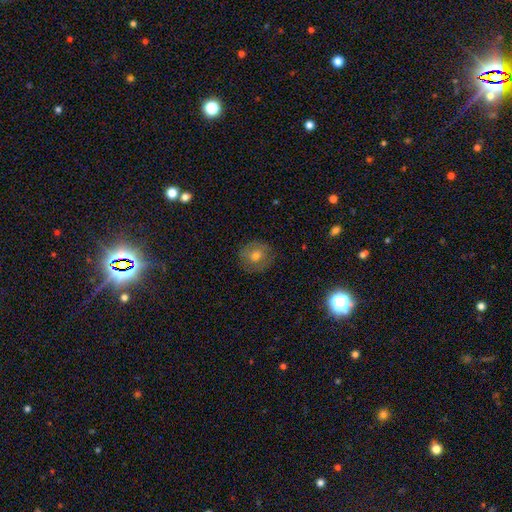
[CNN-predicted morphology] Overall: smooth (66%). How rounded: round (82%). Merging: none (83%).